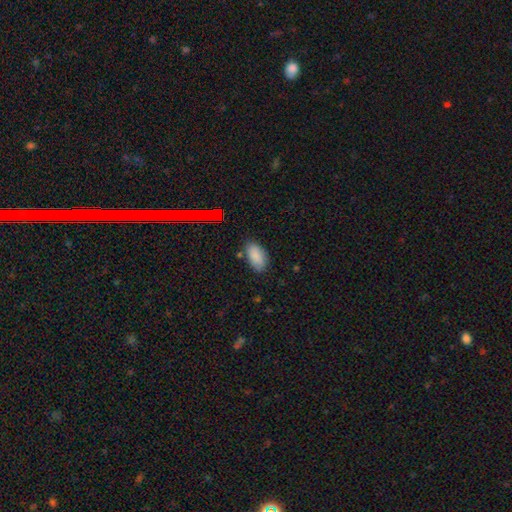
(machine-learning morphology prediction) Q: Smooth or featured?
A: smooth (85%); runner-up: star or artifact (9%)
Q: How rounded?
A: in between (93%); runner-up: round (3%)
Q: Merging?
A: none (78%); runner-up: minor disturbance (15%)